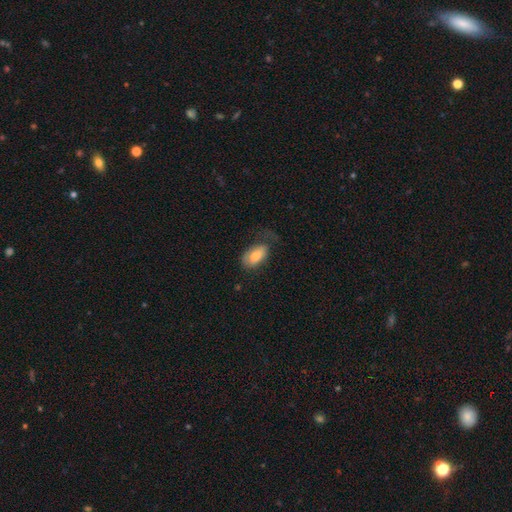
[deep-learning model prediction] Morphology: type=smooth (74%); roundness=in between (93%); merging=none (47%).